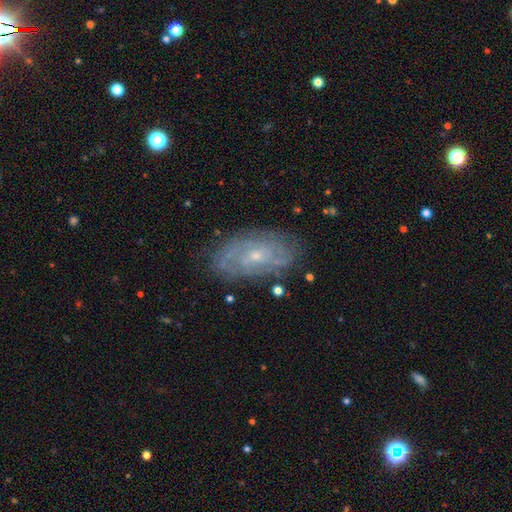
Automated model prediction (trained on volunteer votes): Morphology: type=featured or disk (78%); edge-on=no (94%); bar=no (68%); spiral arms=yes (88%); winding=tight (67%); arm count=can't tell (45%); bulge=small (73%); merging=none (77%).